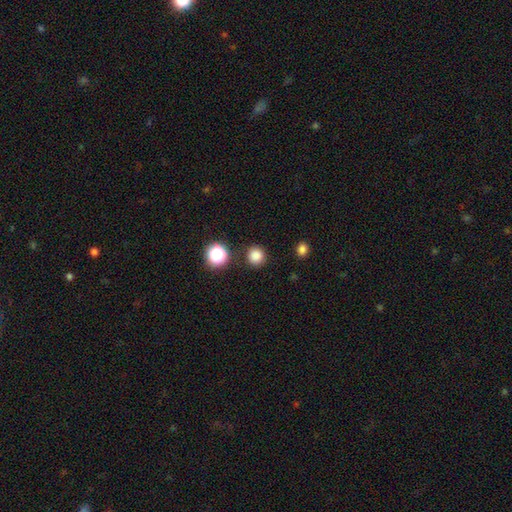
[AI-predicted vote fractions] A smooth galaxy with no disk features (82%) that is round (93%).

Vote fractions:
- Smooth or featured? smooth: 82% / star or artifact: 14% / featured or disk: 4%
- How rounded? round: 93% / in between: 6% / cigar-shaped: 1%
- Merging? none: 88% / minor disturbance: 6% / merger: 3% / major disturbance: 2%